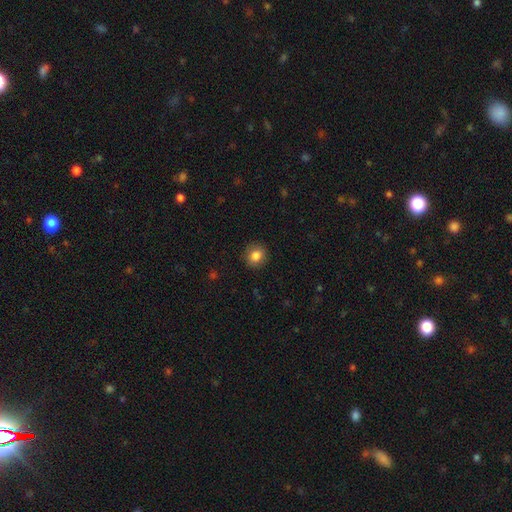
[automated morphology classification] The model was most divided on "how rounded": round: 74%, in between: 25%, cigar-shaped: 1%. More confident: merging — none (88%); smooth or featured — smooth (84%).